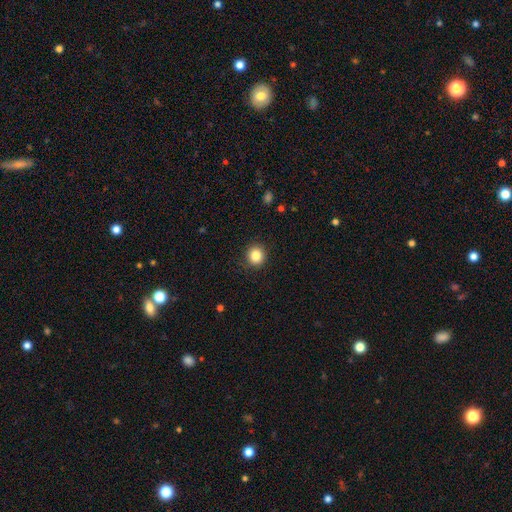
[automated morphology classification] smooth_or_featured: smooth (p=0.85) [alt: star or artifact p=0.10]
how_rounded: round (p=0.90) [alt: in between p=0.09]
merging: none (p=0.90) [alt: minor disturbance p=0.07]